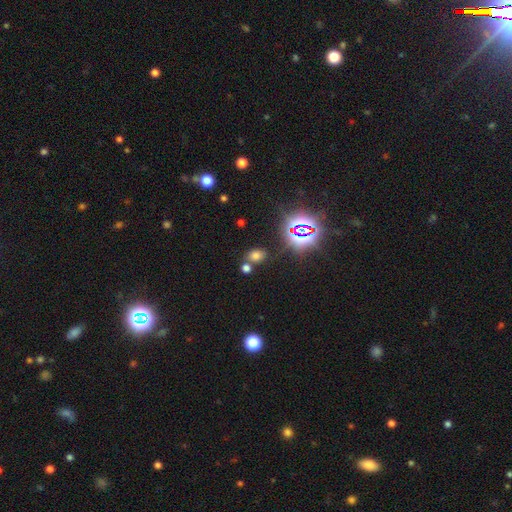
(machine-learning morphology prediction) Smooth or featured?
  - smooth: 58% *
  - star or artifact: 34%
  - featured or disk: 8%
How rounded?
  - in between: 64% *
  - round: 34%
  - cigar-shaped: 2%
Merging?
  - none: 68% *
  - merger: 17%
  - minor disturbance: 11%
  - major disturbance: 4%